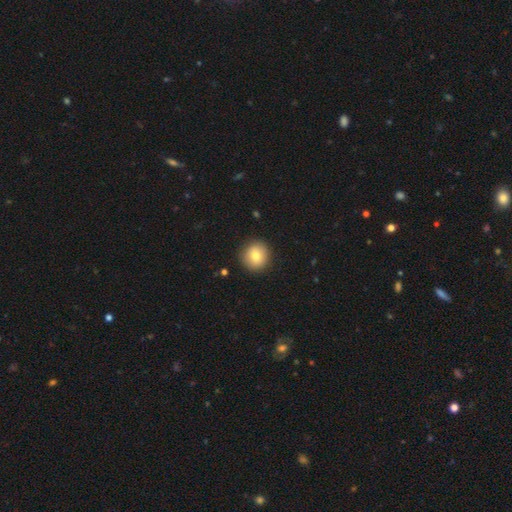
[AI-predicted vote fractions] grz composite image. It shows a smooth galaxy with no disk features (80%) that is round (91%). Merging: none (90%).